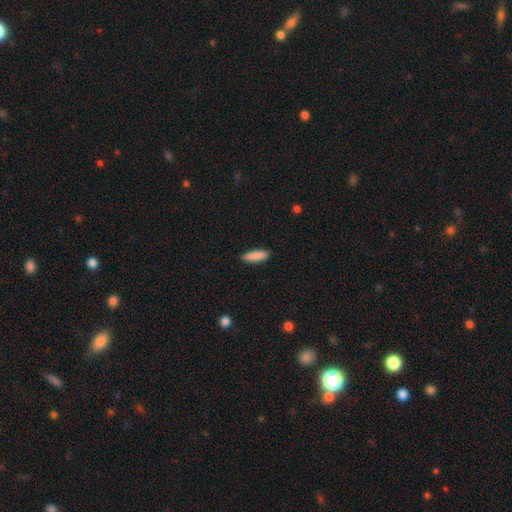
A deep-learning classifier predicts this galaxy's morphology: Q: Smooth or featured?
A: smooth (89%); runner-up: star or artifact (6%)
Q: How rounded?
A: cigar-shaped (60%); runner-up: in between (38%)
Q: Merging?
A: none (89%); runner-up: minor disturbance (8%)